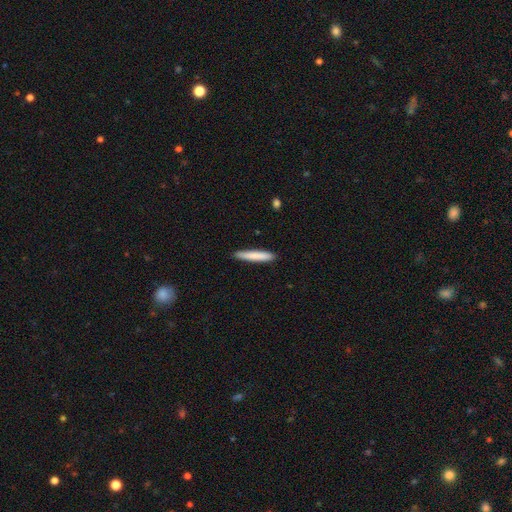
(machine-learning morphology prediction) Overall: smooth (80%). How rounded: cigar-shaped (94%). Merging: none (90%).